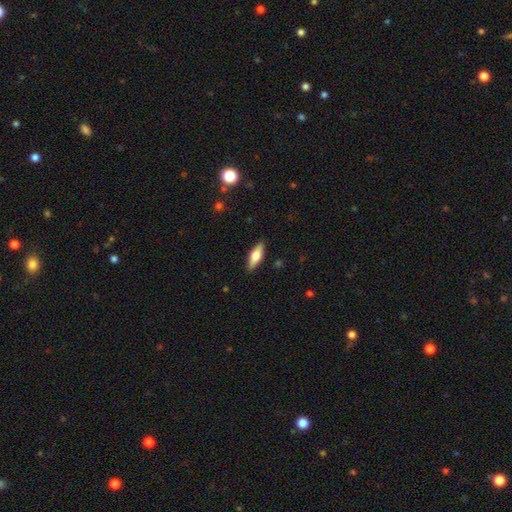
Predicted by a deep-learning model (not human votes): Smooth or featured: smooth — 60% (featured or disk — 34%)
How rounded: in between — 54% (cigar-shaped — 43%)
Merging: none — 88% (minor disturbance — 9%)